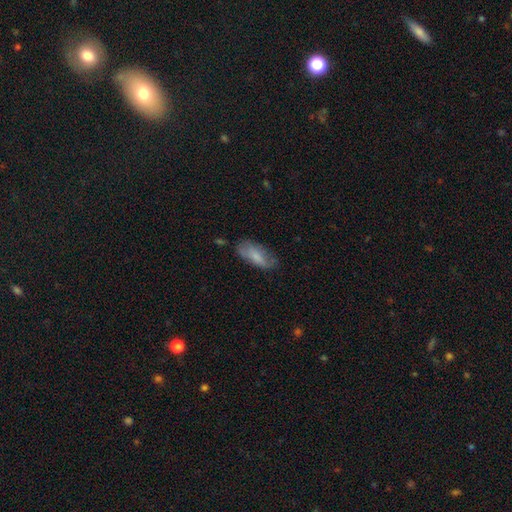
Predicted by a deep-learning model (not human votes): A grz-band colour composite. It shows a smooth galaxy with no disk features (75%) that is in between round and cigar-shaped (83%). Merging: none (62%).